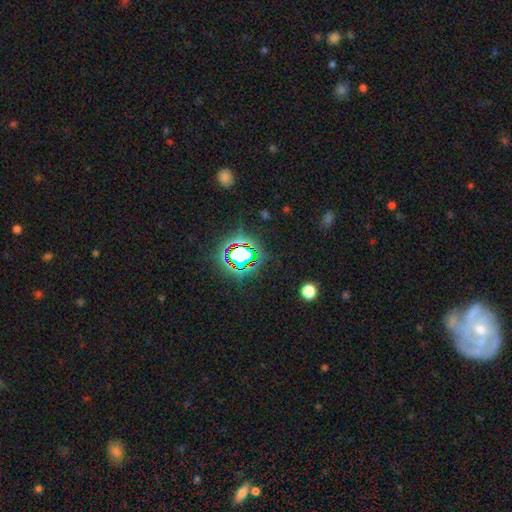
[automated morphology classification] Smooth or featured?
  - star or artifact: 81% *
  - smooth: 12%
  - featured or disk: 8%